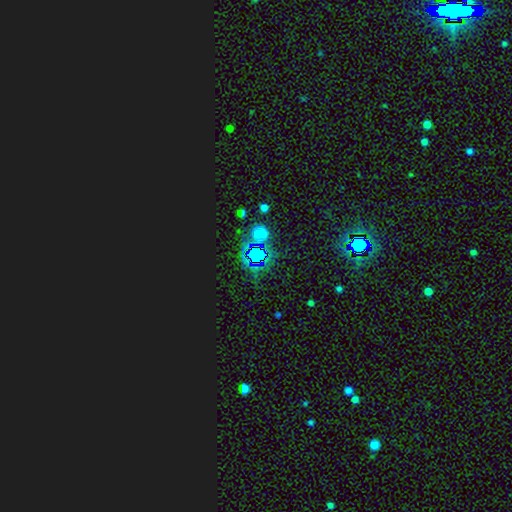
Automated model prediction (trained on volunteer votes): smooth-or-featured: star or artifact: 73% | smooth: 18% | featured or disk: 9%